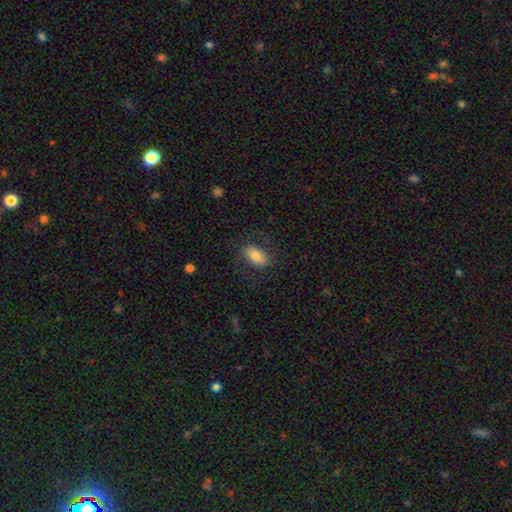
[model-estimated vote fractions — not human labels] A smooth galaxy with no disk features (74%) that is in between round and cigar-shaped (90%). Merging: none (76%).